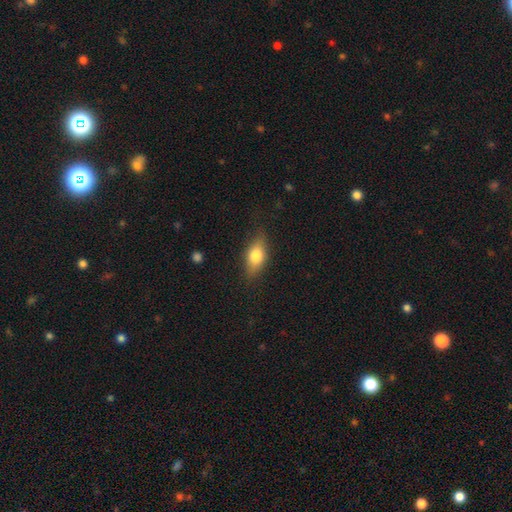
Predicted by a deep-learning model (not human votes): smooth_or_featured: smooth (p=0.75) [alt: featured or disk p=0.18]
how_rounded: in between (p=0.82) [alt: cigar-shaped p=0.10]
merging: none (p=0.80) [alt: minor disturbance p=0.15]